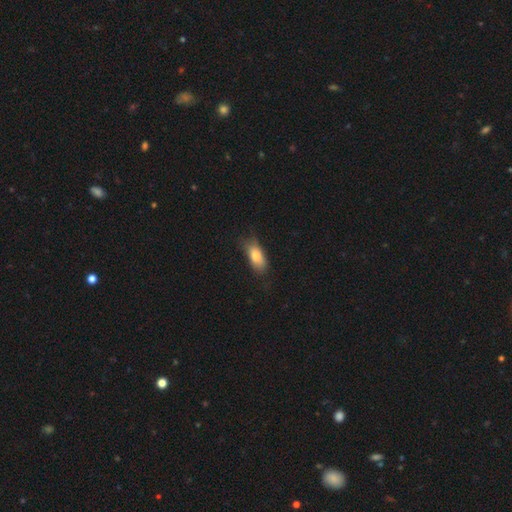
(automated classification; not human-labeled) Smooth or featured? Predicted: smooth (p=0.79). How rounded? Predicted: in between (p=0.85). Merging? Predicted: none (p=0.60).